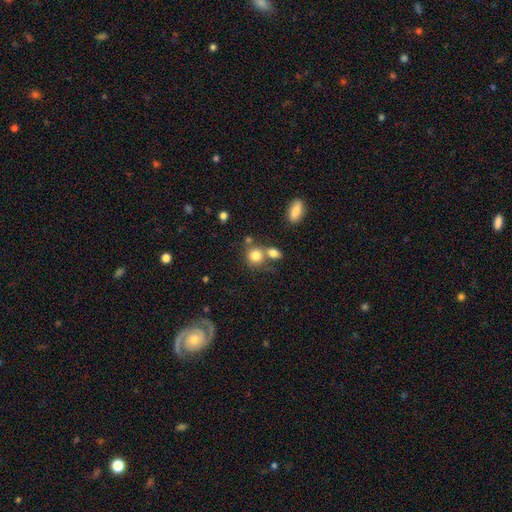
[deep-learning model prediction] Morphology: type=smooth (81%); roundness=round (80%); merging=none (55%).